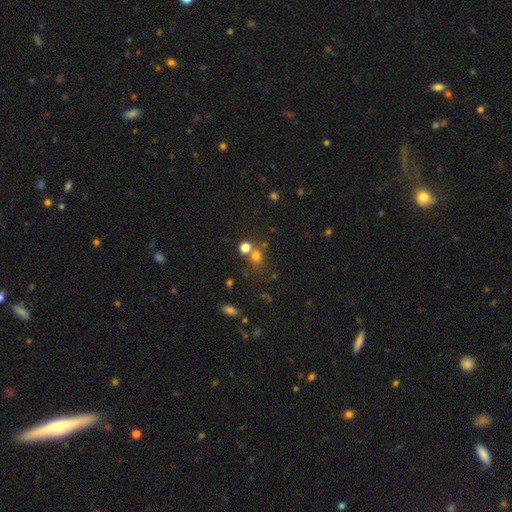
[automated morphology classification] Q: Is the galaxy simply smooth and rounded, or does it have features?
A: smooth — 68%.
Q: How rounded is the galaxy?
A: round — 81%.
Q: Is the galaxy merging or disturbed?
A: none — 58%.